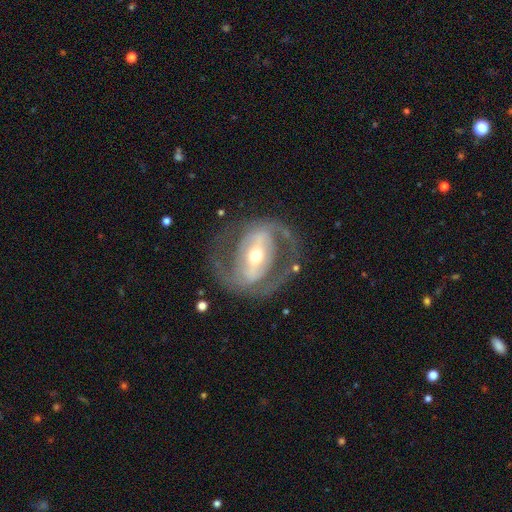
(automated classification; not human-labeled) Q: Smooth or featured?
A: featured or disk (86%); runner-up: smooth (9%)
Q: Edge-on disk?
A: no (95%); runner-up: yes (5%)
Q: Bar?
A: strong (57%); runner-up: weak (26%)
Q: Spiral arms?
A: yes (83%); runner-up: no (17%)
Q: Spiral winding?
A: medium (49%); runner-up: tight (32%)
Q: Spiral arm count?
A: 2 (86%); runner-up: can't tell (7%)
Q: Bulge size?
A: moderate (56%); runner-up: small (35%)
Q: Merging?
A: none (70%); runner-up: major disturbance (14%)